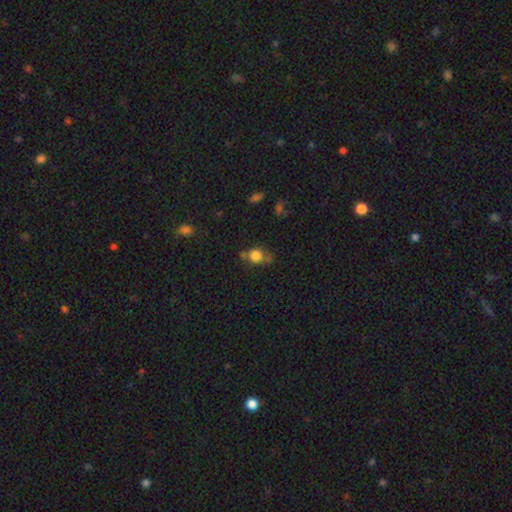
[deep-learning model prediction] Overall: smooth (80%). How rounded: round (82%). Merging: none (58%; minor disturbance 19%).